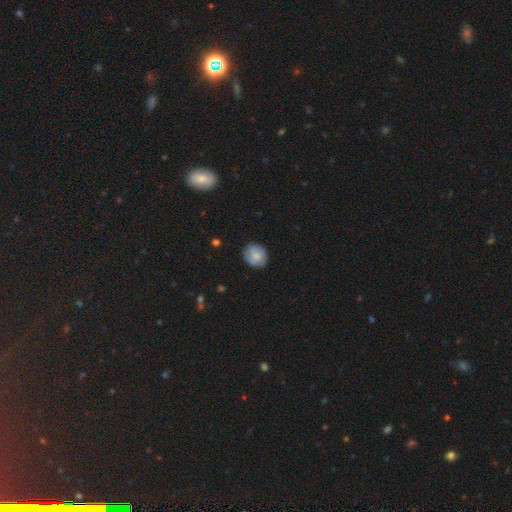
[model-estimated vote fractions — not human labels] This is likely a smooth galaxy (71%). How rounded: likely round (69%). Merging: likely none (77%).